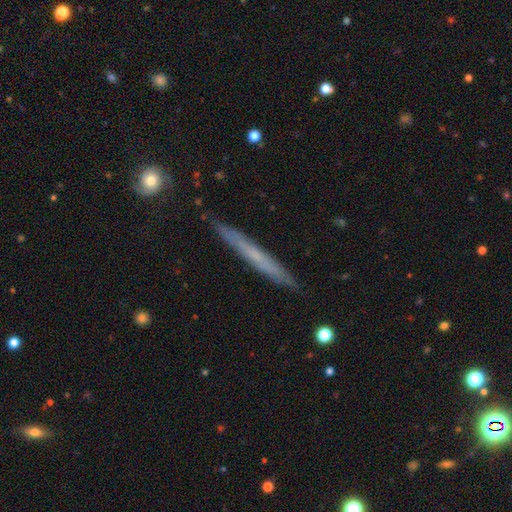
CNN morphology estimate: This is possibly a featured or disk galaxy (50%). Merging: clearly none (87%).